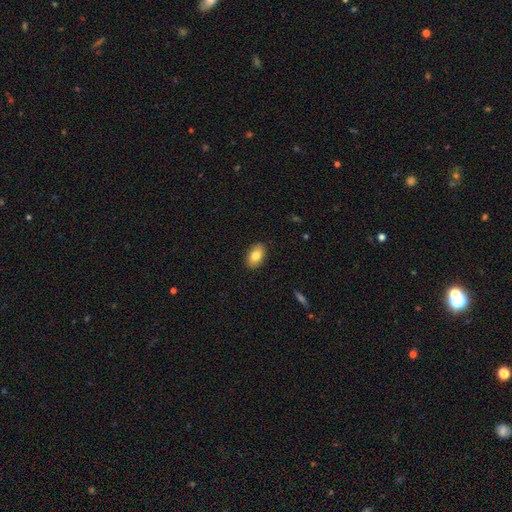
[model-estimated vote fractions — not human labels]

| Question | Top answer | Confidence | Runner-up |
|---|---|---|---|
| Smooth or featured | smooth | 81% | featured or disk (12%) |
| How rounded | in between | 91% | round (7%) |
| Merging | none | 89% | minor disturbance (8%) |